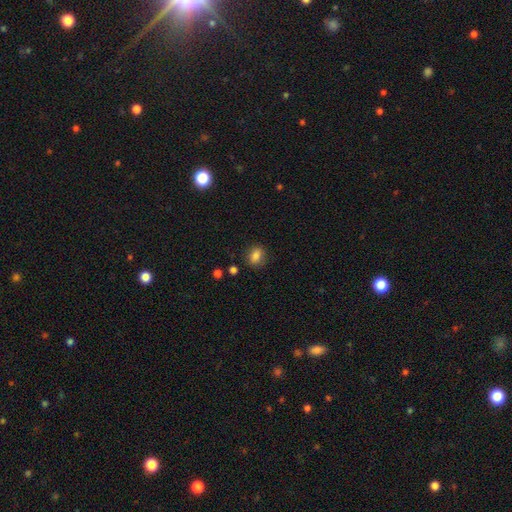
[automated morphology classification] Smooth or featured: smooth — 84% (star or artifact — 11%)
How rounded: in between — 62% (round — 37%)
Merging: none — 84% (minor disturbance — 11%)